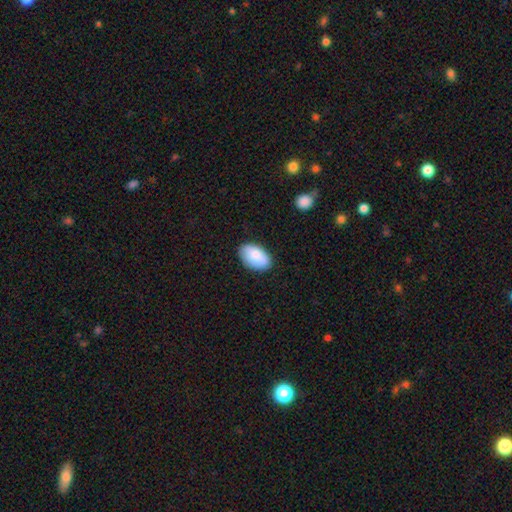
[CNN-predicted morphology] smooth_or_featured: smooth (p=0.82) [alt: featured or disk p=0.11]
how_rounded: in between (p=0.93) [alt: round p=0.05]
merging: none (p=0.84) [alt: minor disturbance p=0.13]